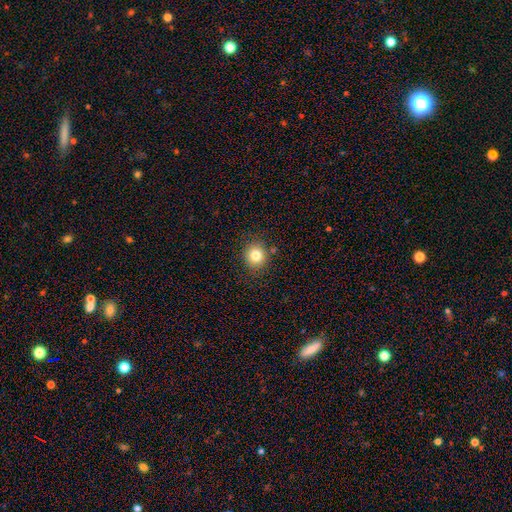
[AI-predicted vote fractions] Smooth or featured?
  - smooth: 81% *
  - star or artifact: 12%
  - featured or disk: 7%
How rounded?
  - round: 85% *
  - in between: 15%
  - cigar-shaped: 1%
Merging?
  - none: 85% *
  - minor disturbance: 9%
  - major disturbance: 3%
  - merger: 3%